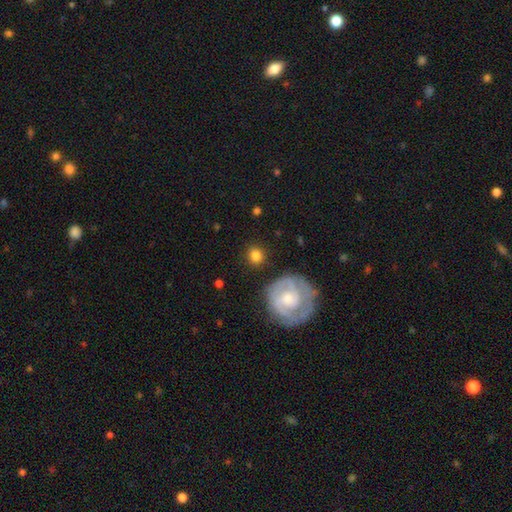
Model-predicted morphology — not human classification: Smooth or featured: smooth — 77% (featured or disk — 16%)
How rounded: round — 89% (in between — 10%)
Merging: none — 85% (minor disturbance — 9%)